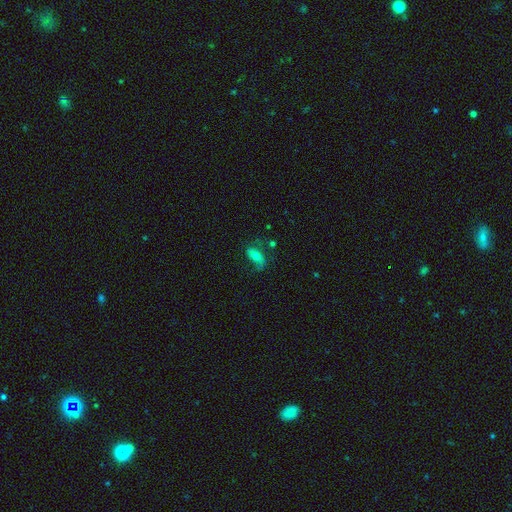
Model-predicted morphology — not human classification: This is possibly a smooth galaxy (52%). How rounded: clearly in between (83%). Merging: possibly none (54%).